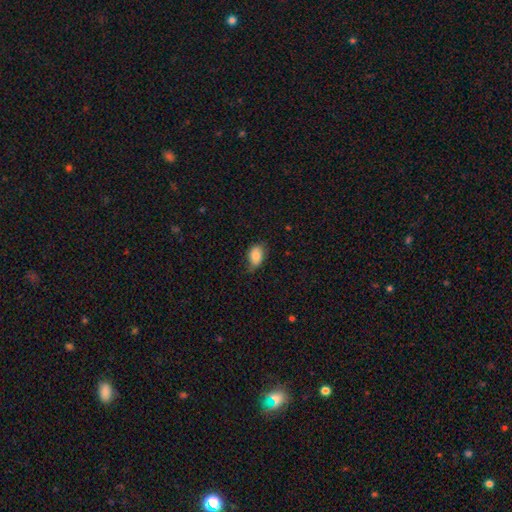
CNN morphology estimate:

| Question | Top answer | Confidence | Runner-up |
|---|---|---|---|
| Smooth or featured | smooth | 82% | featured or disk (11%) |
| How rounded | in between | 87% | round (12%) |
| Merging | none | 62% | minor disturbance (30%) |